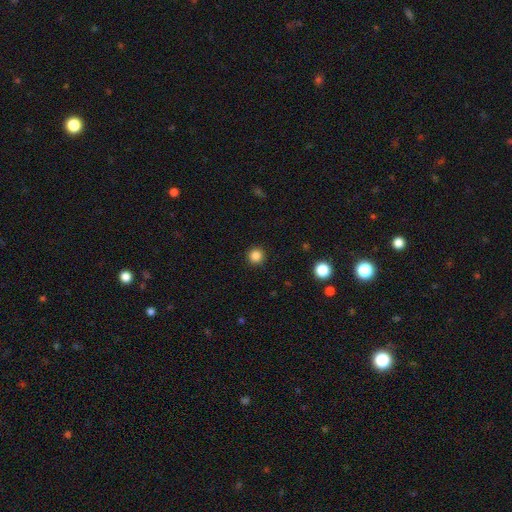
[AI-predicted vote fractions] A smooth galaxy with no disk features (85%) that is round (96%). Merging: none (93%).